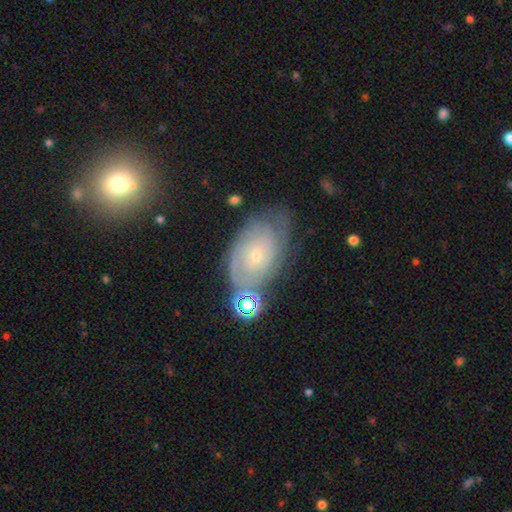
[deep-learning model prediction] Smooth or featured?
  - featured or disk: 73% *
  - smooth: 18%
  - star or artifact: 9%
Edge-on disk?
  - no: 95% *
  - yes: 5%
Bar?
  - no: 77% *
  - weak: 19%
  - strong: 4%
Spiral arms?
  - yes: 89% *
  - no: 11%
Spiral winding?
  - tight: 72% *
  - medium: 22%
  - loose: 6%
Spiral arm count?
  - can't tell: 48% *
  - 2: 26%
  - 3: 11%
  - 4: 6%
  - 1: 5%
  - more than 4: 4%
Bulge size?
  - small: 78% *
  - moderate: 17%
  - none: 2%
  - large: 1%
  - dominant: 1%
Merging?
  - none: 64% *
  - minor disturbance: 21%
  - major disturbance: 8%
  - merger: 6%